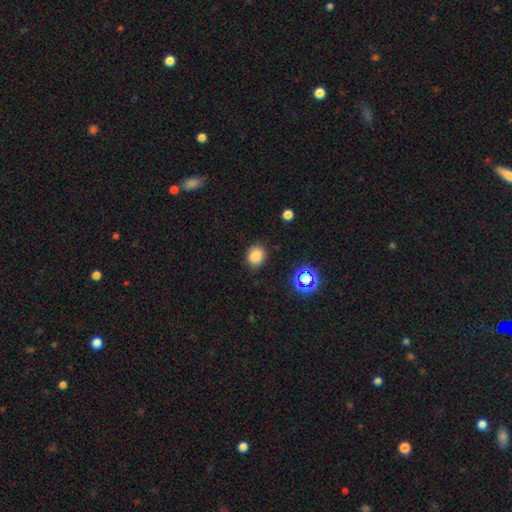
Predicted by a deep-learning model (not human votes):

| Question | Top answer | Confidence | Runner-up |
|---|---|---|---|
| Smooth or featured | smooth | 81% | star or artifact (15%) |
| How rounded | round | 66% | in between (33%) |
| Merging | none | 86% | minor disturbance (9%) |